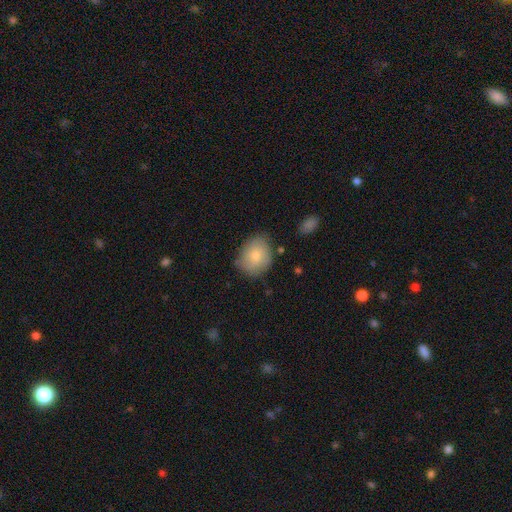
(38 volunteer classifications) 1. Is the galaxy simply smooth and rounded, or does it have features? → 84% smooth, 13% featured or disk, 3% star or artifact.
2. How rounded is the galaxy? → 56% in between, 44% round, 0% cigar-shaped.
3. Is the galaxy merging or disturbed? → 46% minor disturbance, 41% none, 11% major disturbance, 3% merger.